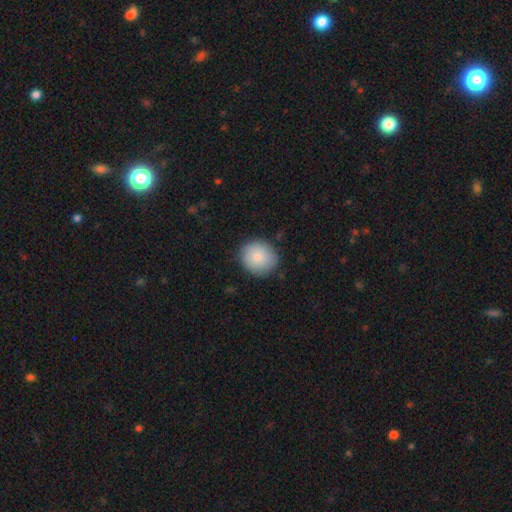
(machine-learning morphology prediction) Overall: smooth (85%). How rounded: round (82%). Merging: none (84%).